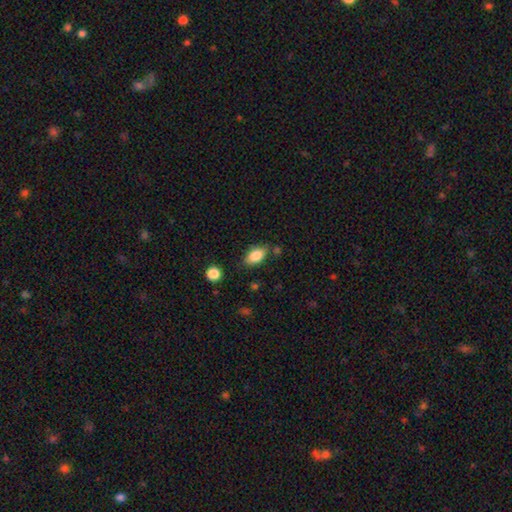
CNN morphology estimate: Smooth or featured?
  - smooth: 83% *
  - featured or disk: 9%
  - star or artifact: 8%
How rounded?
  - in between: 89% *
  - cigar-shaped: 5%
  - round: 5%
Merging?
  - none: 76% *
  - minor disturbance: 15%
  - merger: 5%
  - major disturbance: 4%